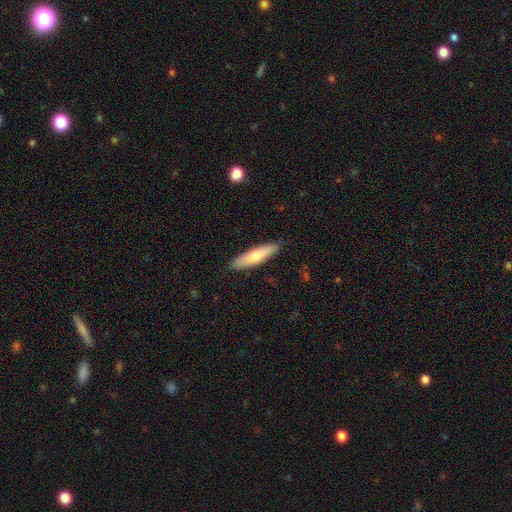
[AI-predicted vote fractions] Morphology: type=smooth (63%); roundness=cigar-shaped (69%); merging=none (88%).